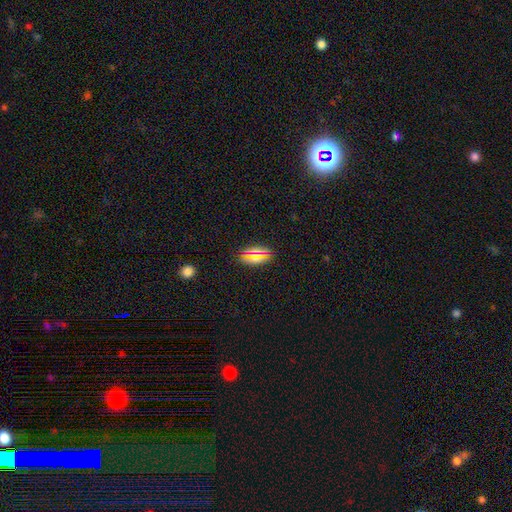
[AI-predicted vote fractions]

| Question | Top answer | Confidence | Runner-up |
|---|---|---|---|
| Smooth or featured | smooth | 69% | star or artifact (22%) |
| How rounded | in between | 84% | round (9%) |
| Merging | none | 83% | minor disturbance (12%) |